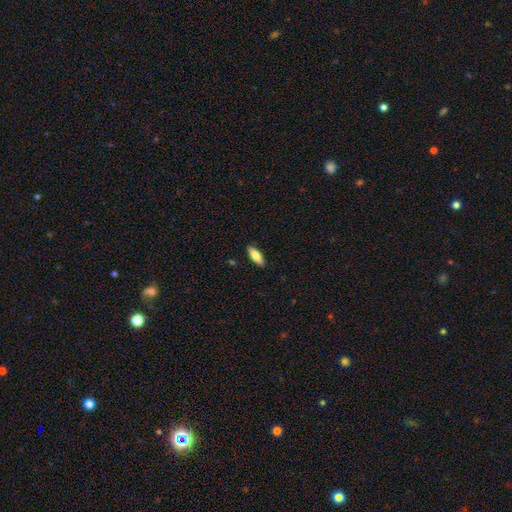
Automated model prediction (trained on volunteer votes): Smooth or featured? Predicted: smooth (p=0.73). How rounded? Predicted: in between (p=0.73). Merging? Predicted: none (p=0.89).